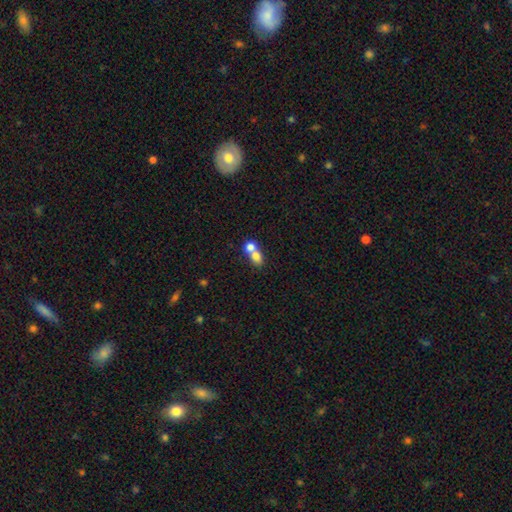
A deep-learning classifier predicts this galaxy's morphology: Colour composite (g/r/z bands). It shows a smooth galaxy with no disk features (75%) that is in between round and cigar-shaped (50%). Merging: merger (70%).